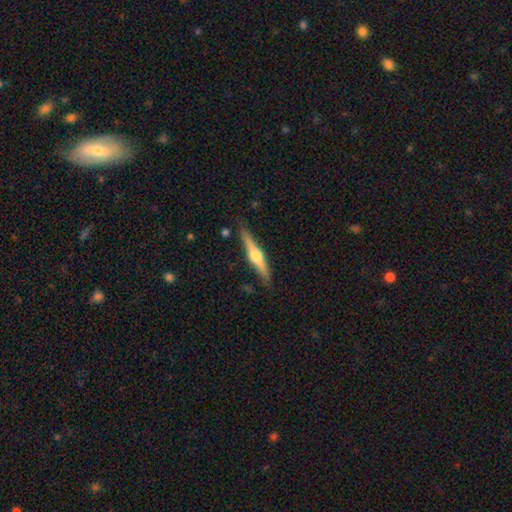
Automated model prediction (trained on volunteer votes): smooth_or_featured: featured or disk (p=0.71) [alt: smooth p=0.24]
disk_edge_on: yes (p=0.97) [alt: no p=0.03]
edge_on_bulge: rounded (p=0.93) [alt: boxy p=0.04]
merging: none (p=0.86) [alt: minor disturbance p=0.10]